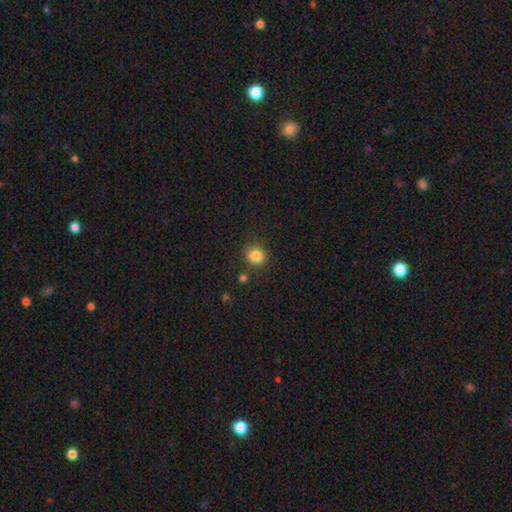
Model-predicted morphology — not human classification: Smooth or featured?
  - smooth: 85% *
  - star or artifact: 11%
  - featured or disk: 4%
How rounded?
  - round: 79% *
  - in between: 20%
  - cigar-shaped: 1%
Merging?
  - none: 84% *
  - minor disturbance: 10%
  - merger: 3%
  - major disturbance: 3%